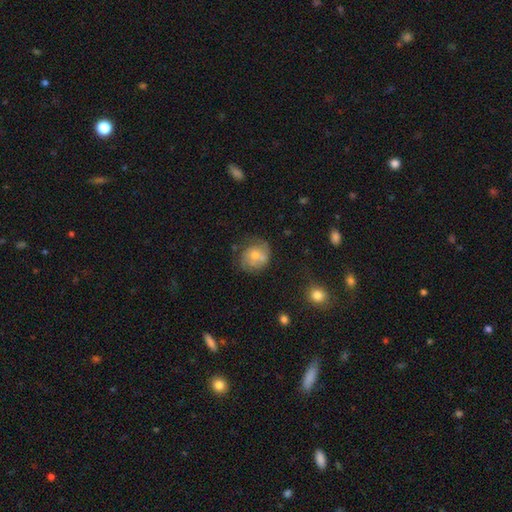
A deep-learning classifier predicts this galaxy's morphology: A smooth galaxy with no disk features (53%) that is round (72%). Merging: none (48%).